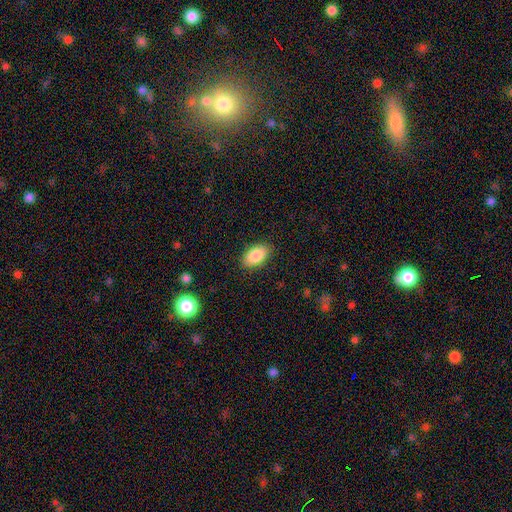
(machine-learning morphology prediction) This appears to be a smooth galaxy with no disk features (86%) that is in between round and cigar-shaped (93%). Merging: none (87%).